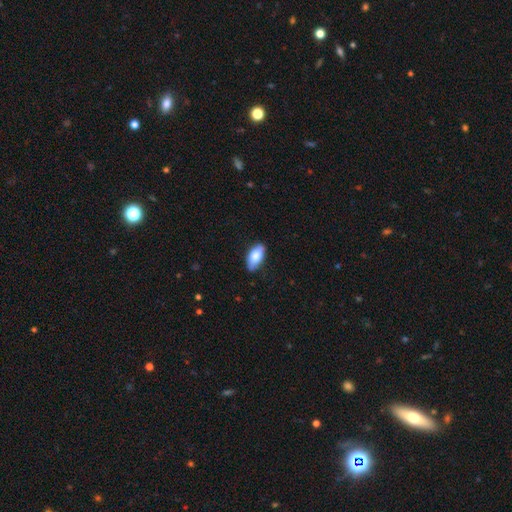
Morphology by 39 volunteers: Q: Smooth or featured?
A: smooth (90%); runner-up: featured or disk (8%)
Q: How rounded?
A: in between (94%); runner-up: round (3%)
Q: Merging?
A: none (89%); runner-up: minor disturbance (11%)